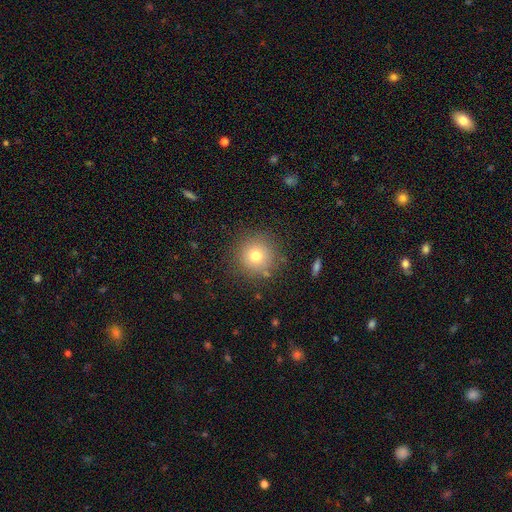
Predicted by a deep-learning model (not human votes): This appears to be a smooth galaxy with no disk features (75%) that is round (94%). Merging: none (85%).